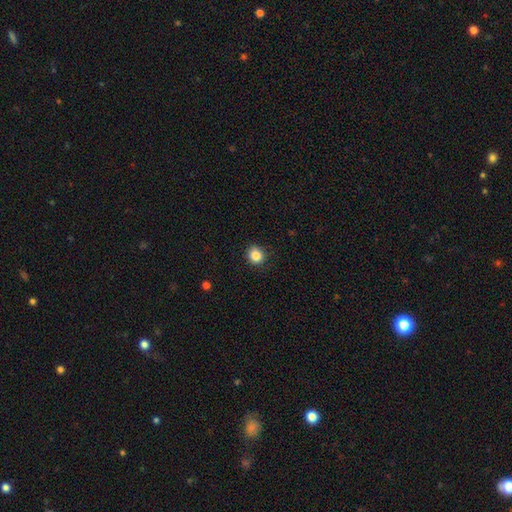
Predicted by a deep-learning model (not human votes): The model was most divided on "smooth or featured": smooth: 85%, star or artifact: 11%, featured or disk: 4%. More confident: merging — none (89%); how rounded — round (89%).